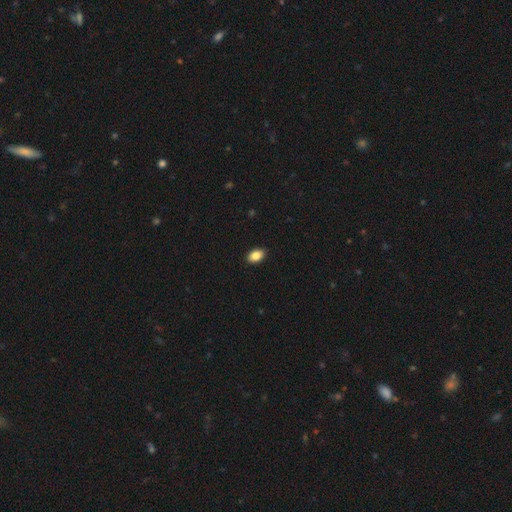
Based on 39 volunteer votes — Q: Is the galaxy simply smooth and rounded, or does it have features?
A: smooth — 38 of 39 (97%).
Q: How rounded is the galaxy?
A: in between — 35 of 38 (92%).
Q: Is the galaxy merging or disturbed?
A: none — 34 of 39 (87%).